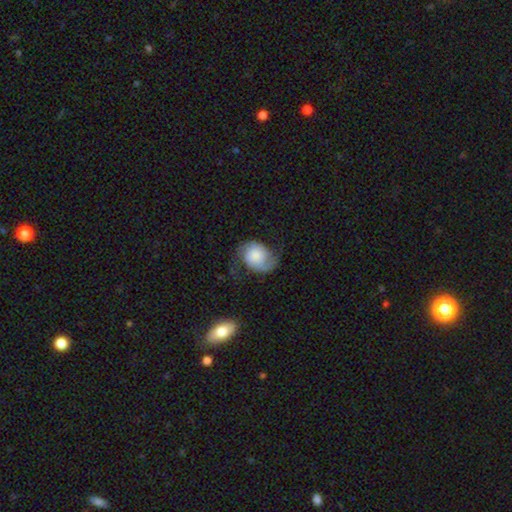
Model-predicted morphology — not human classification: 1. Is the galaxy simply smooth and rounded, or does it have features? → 62% featured or disk, 30% smooth, 8% star or artifact.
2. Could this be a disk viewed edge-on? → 98% no, 2% yes.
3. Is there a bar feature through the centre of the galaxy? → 77% no, 19% weak, 3% strong.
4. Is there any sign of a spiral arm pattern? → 92% yes, 8% no.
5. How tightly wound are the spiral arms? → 40% medium, 38% loose, 23% tight.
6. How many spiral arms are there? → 86% 2, 7% 1, 5% can't tell, 1% 3, 1% 4, 1% more than 4.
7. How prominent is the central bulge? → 28% large, 21% moderate, 19% small, 18% none, 14% dominant.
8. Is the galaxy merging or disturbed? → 55% none, 24% minor disturbance, 19% major disturbance, 2% merger.